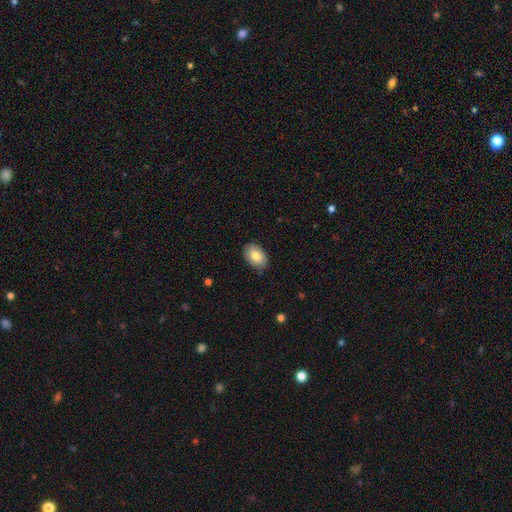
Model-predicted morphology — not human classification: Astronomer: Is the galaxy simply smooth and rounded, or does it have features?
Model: smooth — 82%.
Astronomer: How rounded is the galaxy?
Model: in between — 87%.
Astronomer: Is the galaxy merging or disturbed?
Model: none — 85%.